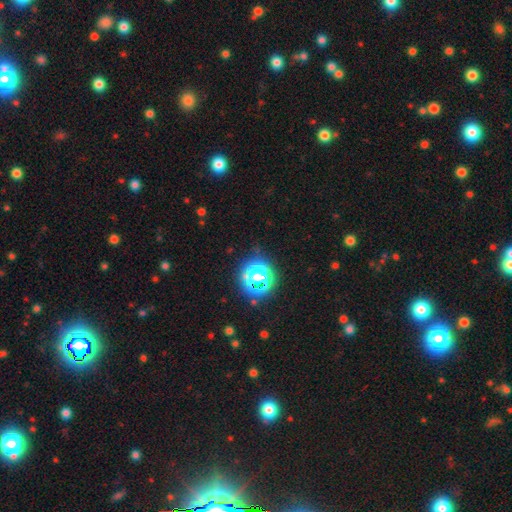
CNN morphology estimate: Smooth or featured: star or artifact — 68% (smooth — 26%)